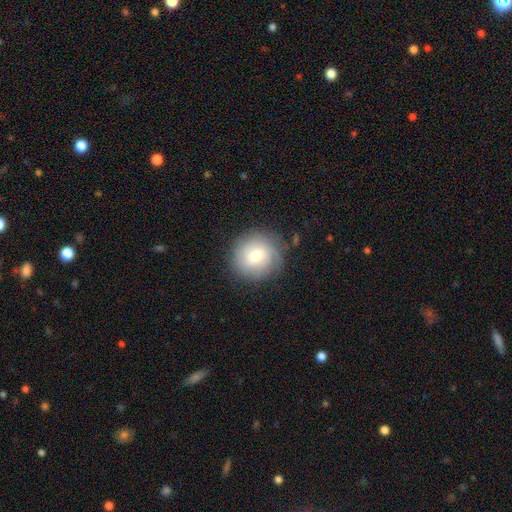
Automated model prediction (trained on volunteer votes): A smooth galaxy with no disk features (55%) that is round (92%).

Vote fractions:
- Smooth or featured? smooth: 55% / featured or disk: 35% / star or artifact: 9%
- How rounded? round: 92% / in between: 7% / cigar-shaped: 1%
- Merging? none: 81% / minor disturbance: 13% / major disturbance: 5% / merger: 1%